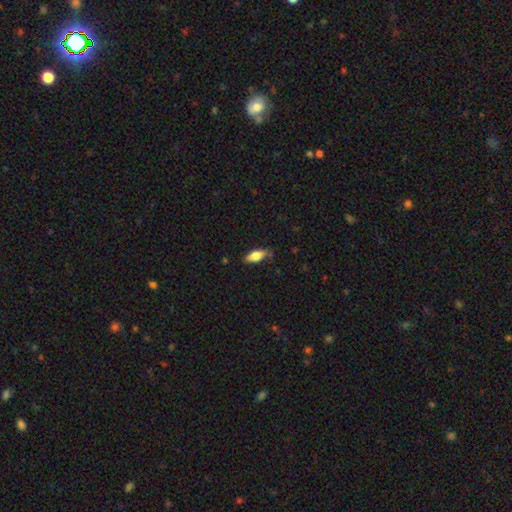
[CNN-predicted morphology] smooth 75%, featured or disk 19%, star or artifact 7%. Down the decision tree: how rounded — in between (78%); merging — none (74%).